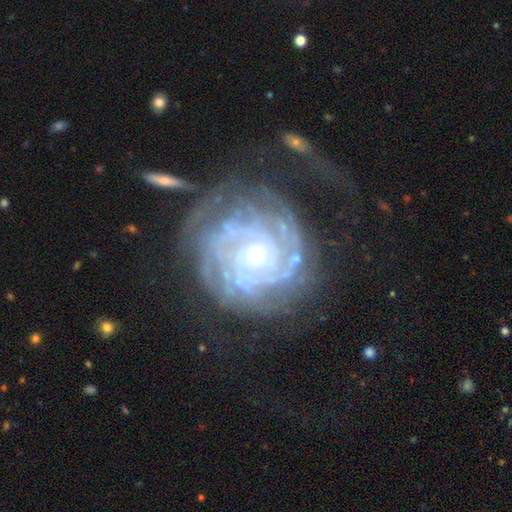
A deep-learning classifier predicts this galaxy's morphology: This is clearly a featured or disk galaxy (88%). It is clearly not viewed edge-on (97%). Bar: likely no (74%). Spiral arm pattern: clearly yes (95%). Spiral arm count: marginally can't tell (37%). Spiral winding: clearly tight (81%). Central bulge: possibly moderate (56%). Merging: possibly none (58%).